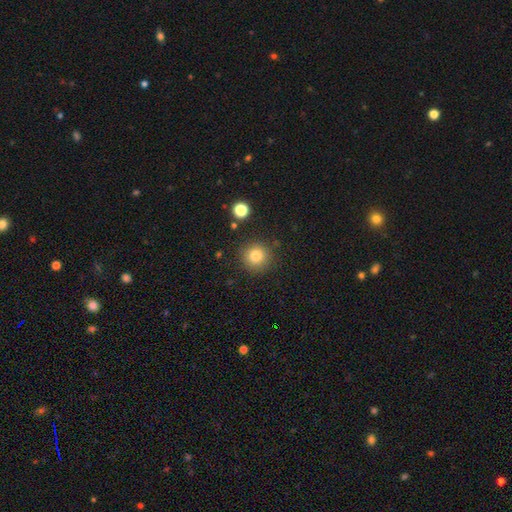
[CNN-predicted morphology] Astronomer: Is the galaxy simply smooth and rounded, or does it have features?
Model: smooth — 83%.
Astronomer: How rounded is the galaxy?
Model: round — 93%.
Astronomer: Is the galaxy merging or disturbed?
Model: none — 86%.